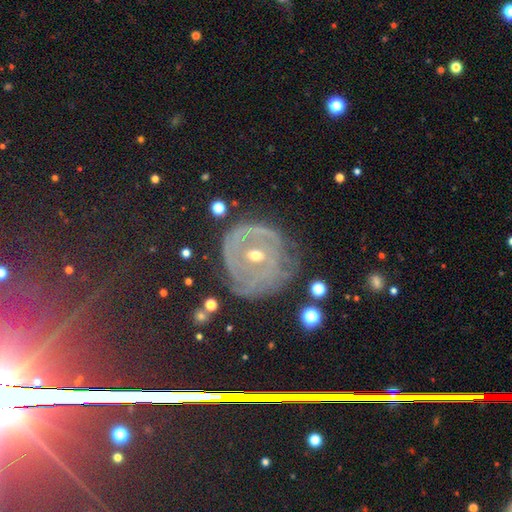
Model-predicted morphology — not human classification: type=featured or disk (73%); edge-on=no (95%); bar=no (57%); spiral arms=yes (78%); winding=tight (75%); arm count=can't tell (50%); bulge=small (49%); merging=none (65%).